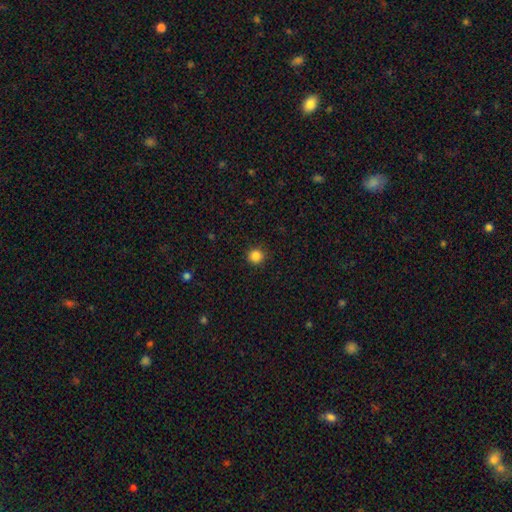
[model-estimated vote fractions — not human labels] Smooth or featured?
  - smooth: 85% *
  - star or artifact: 11%
  - featured or disk: 4%
How rounded?
  - round: 94% *
  - in between: 5%
  - cigar-shaped: 1%
Merging?
  - none: 91% *
  - minor disturbance: 6%
  - major disturbance: 2%
  - merger: 1%